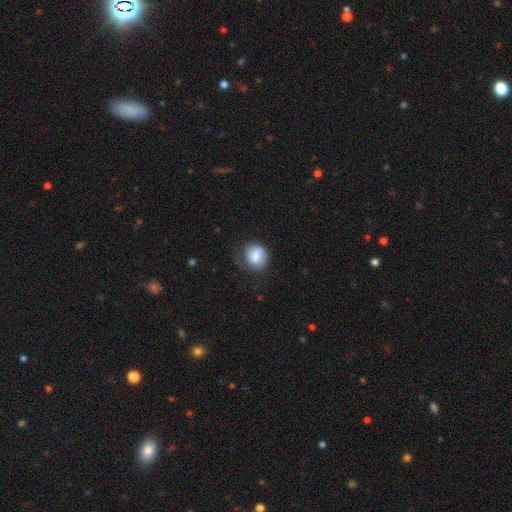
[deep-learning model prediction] This is likely a smooth galaxy (78%). How rounded: likely round (80%). Merging: possibly none (56%).